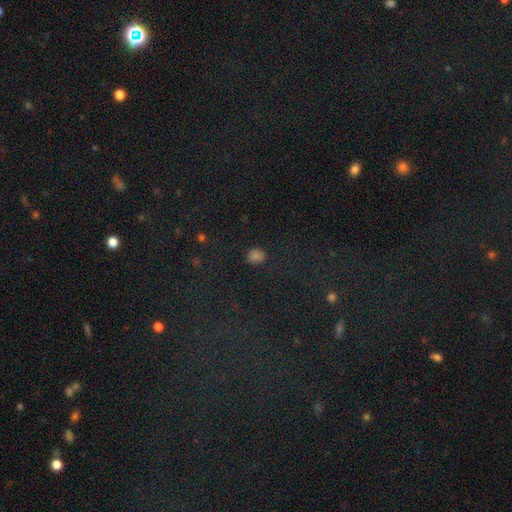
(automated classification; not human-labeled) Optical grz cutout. It shows a smooth galaxy with no disk features (72%) that is round (59%). Merging: none (81%).